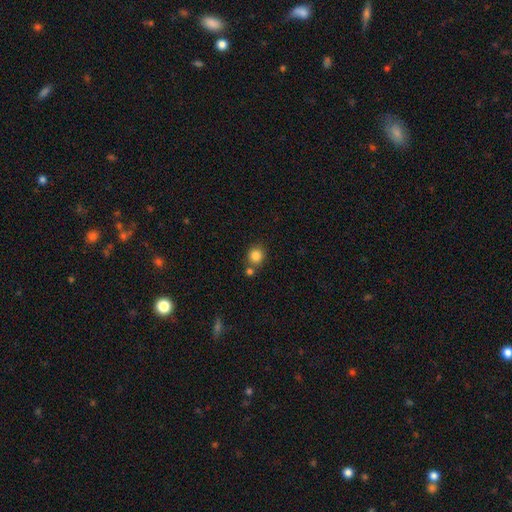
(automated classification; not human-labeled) This is clearly a smooth galaxy (84%). How rounded: clearly round (86%). Merging: likely none (70%).